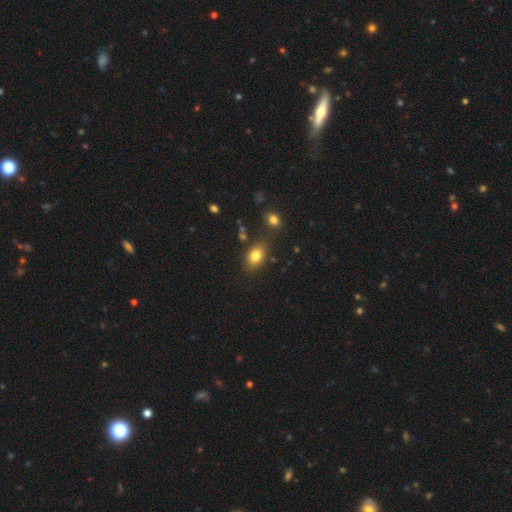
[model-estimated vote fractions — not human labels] Morphology: type=smooth (80%); roundness=in between (76%); merging=none (71%).